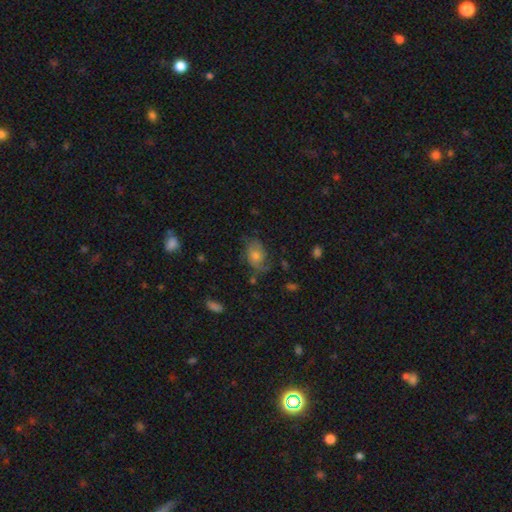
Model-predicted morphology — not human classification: smooth-or-featured: featured or disk: 46% | smooth: 42% | star or artifact: 12%
  merging: none: 58% | minor disturbance: 26% | major disturbance: 14% | merger: 2%